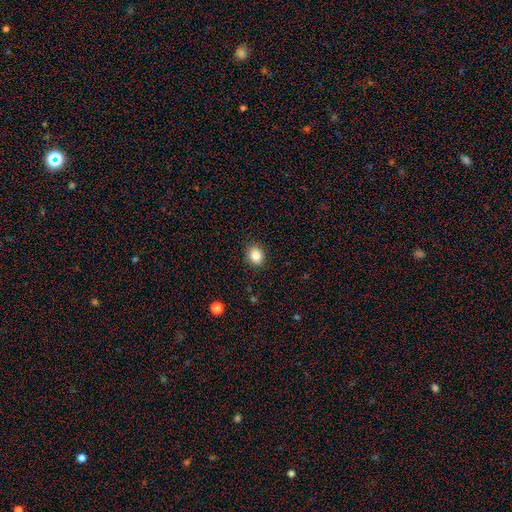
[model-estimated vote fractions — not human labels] Smooth or featured?
  - smooth: 85% *
  - star or artifact: 10%
  - featured or disk: 4%
How rounded?
  - round: 70% *
  - in between: 29%
  - cigar-shaped: 1%
Merging?
  - none: 89% *
  - minor disturbance: 8%
  - major disturbance: 2%
  - merger: 1%